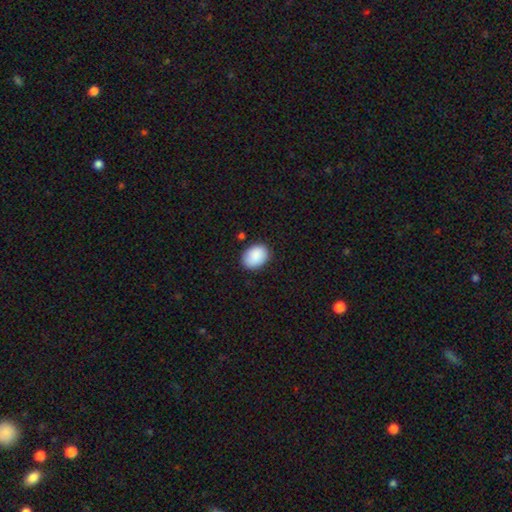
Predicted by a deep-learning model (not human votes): Smooth or featured: smooth — 90% (star or artifact — 7%)
How rounded: in between — 73% (round — 26%)
Merging: none — 84% (minor disturbance — 12%)